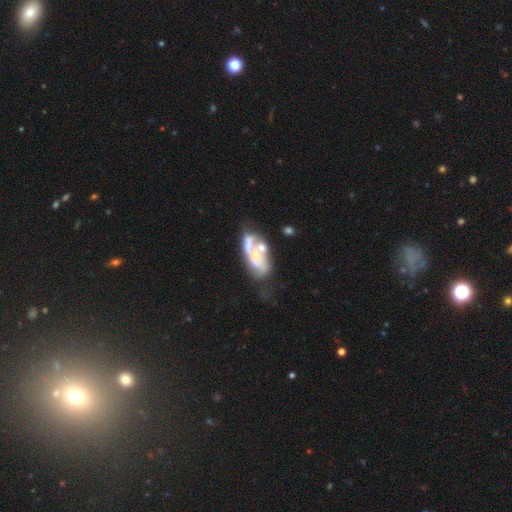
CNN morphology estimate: This is likely a featured or disk galaxy (67%). It is clearly not viewed edge-on (95%). Bar: clearly no (82%). Spiral arm pattern: likely no (68%). Central bulge: marginally small (39%). Merging: marginally merger (34%).